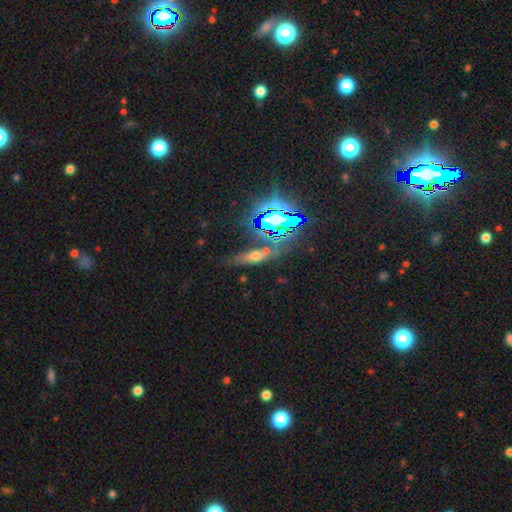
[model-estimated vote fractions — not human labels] Overall: smooth (41%; star or artifact 34%). Merging: none (67%).